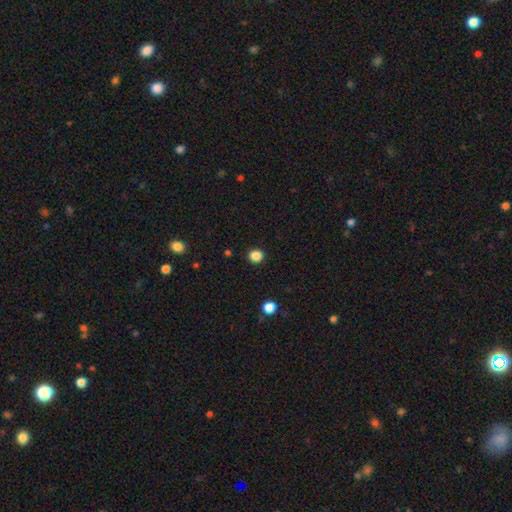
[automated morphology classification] This is clearly a smooth galaxy (87%). How rounded: clearly round (83%). Merging: clearly none (91%).